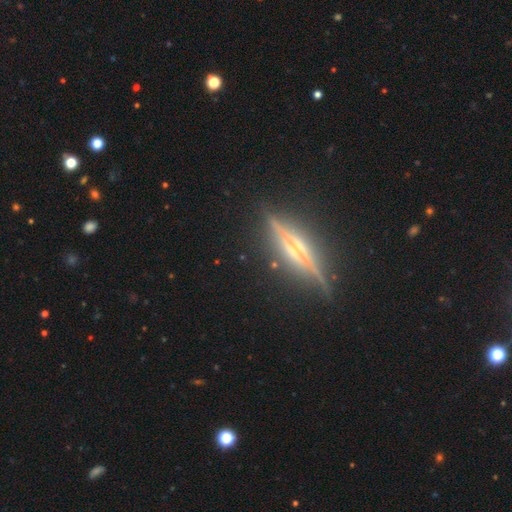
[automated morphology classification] smooth_or_featured: featured or disk (p=0.72) [alt: smooth p=0.18]
disk_edge_on: yes (p=0.93) [alt: no p=0.07]
edge_on_bulge: rounded (p=0.84) [alt: boxy p=0.08]
merging: none (p=0.85) [alt: minor disturbance p=0.10]